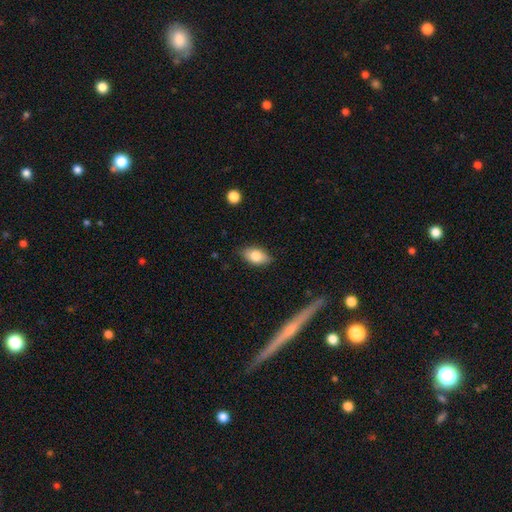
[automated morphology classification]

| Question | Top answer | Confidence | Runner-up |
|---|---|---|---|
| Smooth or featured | smooth | 78% | featured or disk (15%) |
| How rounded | in between | 89% | round (8%) |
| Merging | none | 83% | minor disturbance (13%) |